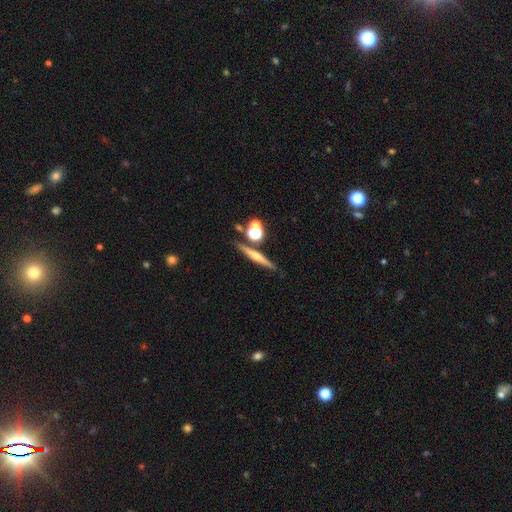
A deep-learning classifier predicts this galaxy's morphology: Smooth or featured? featured or disk (61%)
Edge-on disk? yes (95%)
Edge-on bulge? rounded (85%)
Merging? none (79%)